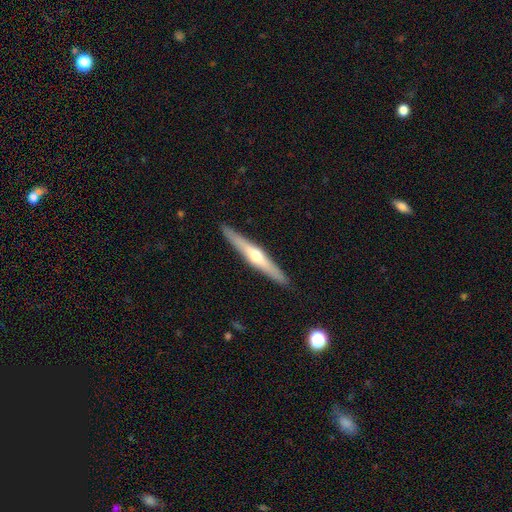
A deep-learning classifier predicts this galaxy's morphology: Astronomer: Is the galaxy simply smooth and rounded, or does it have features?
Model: featured or disk — 67%.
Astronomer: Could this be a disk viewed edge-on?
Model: yes — 97%.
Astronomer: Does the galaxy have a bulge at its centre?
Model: rounded — 90%.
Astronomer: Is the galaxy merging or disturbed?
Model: none — 92%.